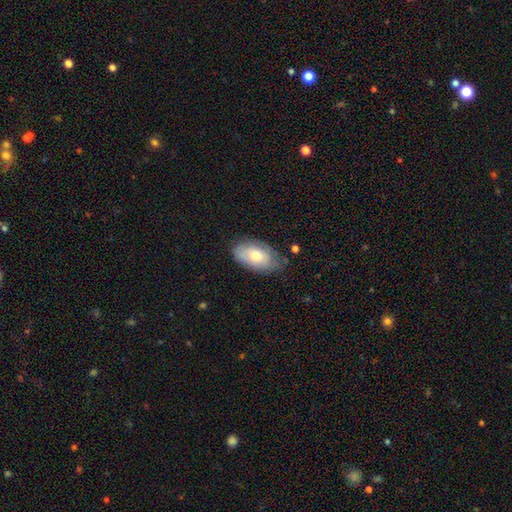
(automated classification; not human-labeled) Smooth or featured: smooth — 68% (featured or disk — 26%)
How rounded: in between — 93% (round — 5%)
Merging: none — 66% (minor disturbance — 26%)